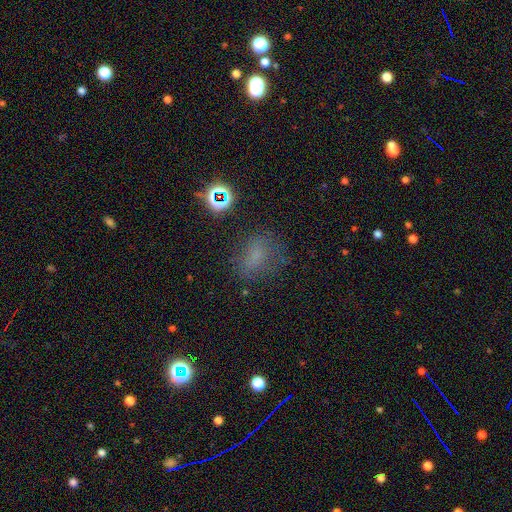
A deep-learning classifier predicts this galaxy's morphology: Smooth or featured: smooth — 57% (star or artifact — 27%)
How rounded: in between — 59% (round — 38%)
Merging: none — 63% (minor disturbance — 22%)